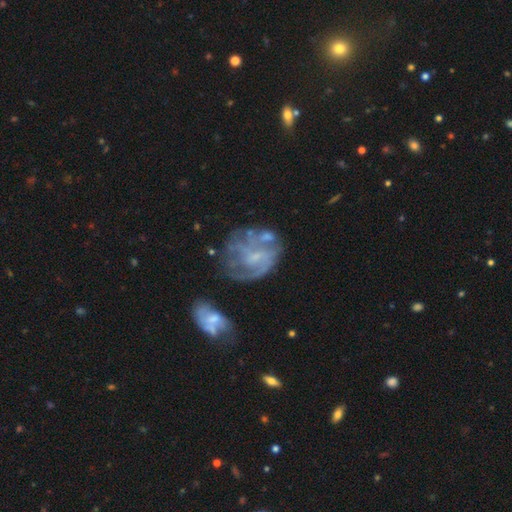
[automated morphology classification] This is likely a featured or disk galaxy (72%). It is clearly not viewed edge-on (98%). Bar: possibly no (52%). Spiral arm pattern: likely yes (68%). Central bulge: marginally small (40%). Merging: marginally none (44%).